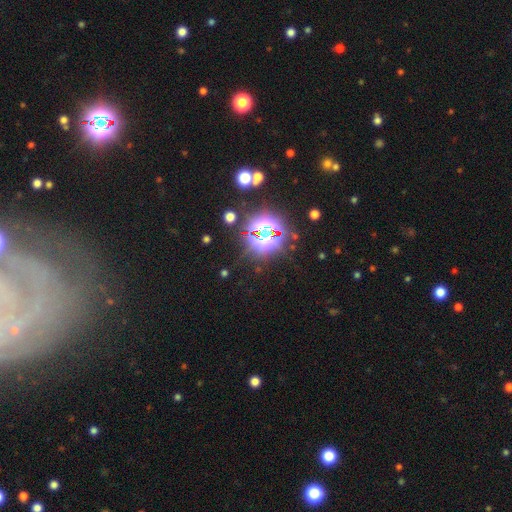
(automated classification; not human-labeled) Smooth or featured? Predicted: star or artifact (p=0.60).